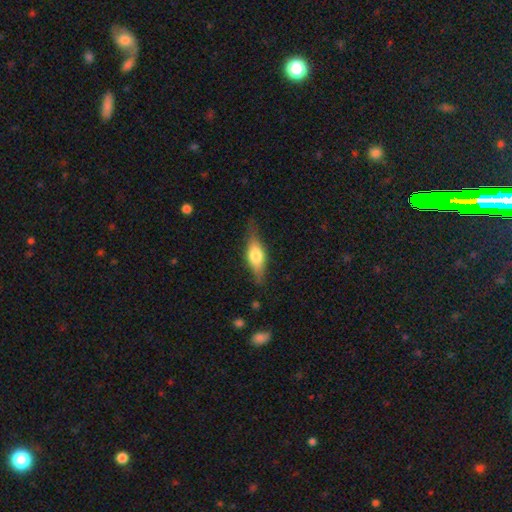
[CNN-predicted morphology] The model was most divided on "smooth or featured": smooth: 53%, featured or disk: 40%, star or artifact: 7%. More confident: merging — none (73%); how rounded — in between (62%).